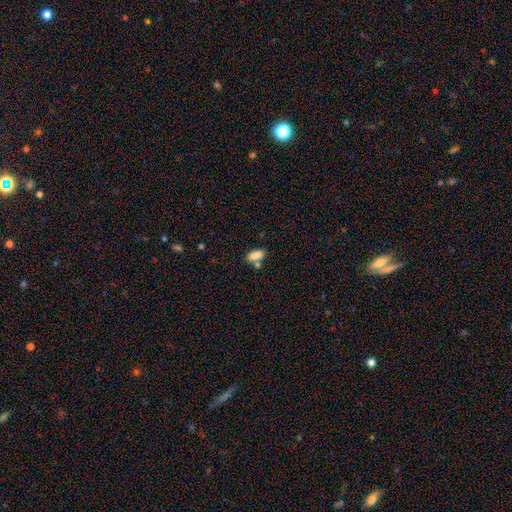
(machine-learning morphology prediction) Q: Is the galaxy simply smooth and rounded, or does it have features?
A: smooth — 85%.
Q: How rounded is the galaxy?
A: in between — 87%.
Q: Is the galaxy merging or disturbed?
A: none — 59%.